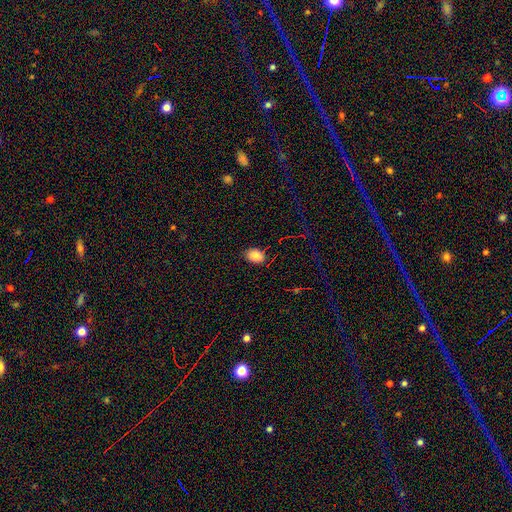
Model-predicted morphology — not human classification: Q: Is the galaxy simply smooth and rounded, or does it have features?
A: smooth — 86%.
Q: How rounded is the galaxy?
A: in between — 80%.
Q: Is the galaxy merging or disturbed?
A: none — 83%.